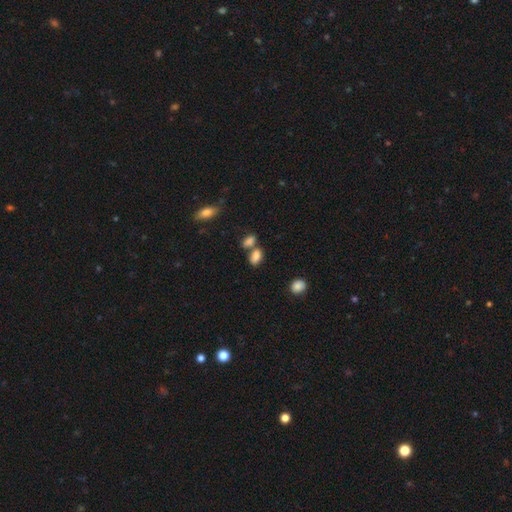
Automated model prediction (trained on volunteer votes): Overall: smooth (84%). How rounded: in between (88%). Merging: none (43%; merger 42%).